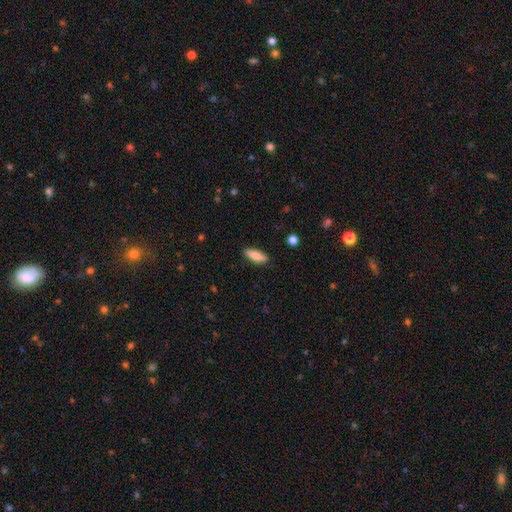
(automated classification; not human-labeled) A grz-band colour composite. It shows a smooth galaxy with no disk features (81%) that is in between round and cigar-shaped (66%). Merging: none (88%).